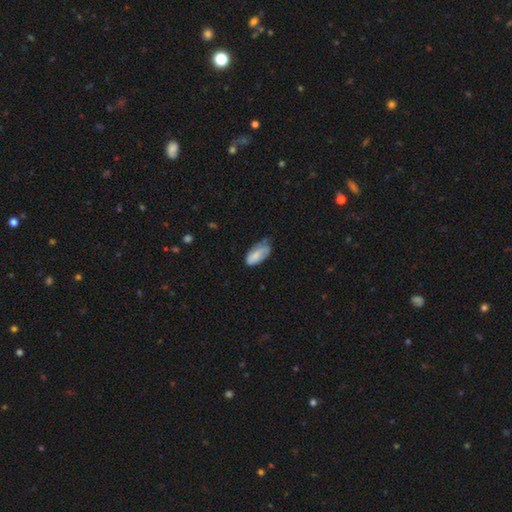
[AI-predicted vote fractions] The model was most divided on "merging": minor disturbance: 44%, none: 37%, major disturbance: 16%, merger: 2%. More confident: how rounded — in between (91%); smooth or featured — smooth (76%).